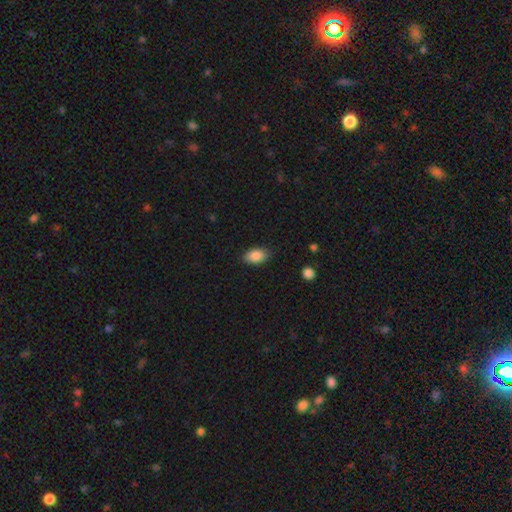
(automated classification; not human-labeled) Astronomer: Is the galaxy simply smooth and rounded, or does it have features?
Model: smooth — 87%.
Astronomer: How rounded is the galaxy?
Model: in between — 91%.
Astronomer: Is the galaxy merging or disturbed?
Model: none — 84%.